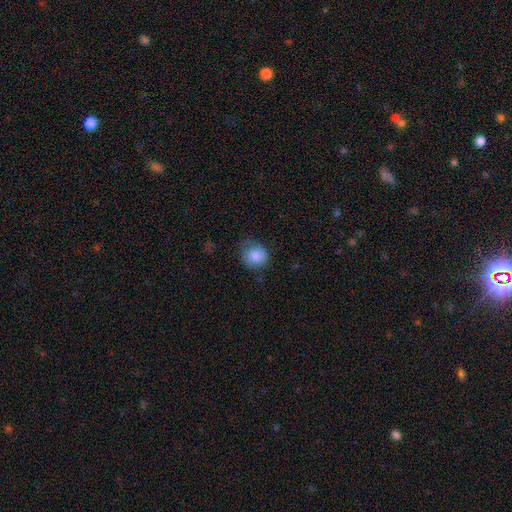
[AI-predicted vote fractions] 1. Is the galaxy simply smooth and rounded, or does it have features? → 85% smooth, 8% star or artifact, 8% featured or disk.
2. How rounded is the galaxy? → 76% round, 24% in between, 1% cigar-shaped.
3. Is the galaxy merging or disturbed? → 60% none, 29% minor disturbance, 9% major disturbance, 1% merger.